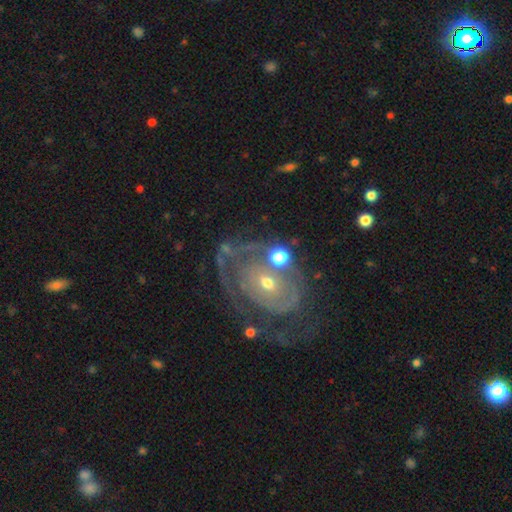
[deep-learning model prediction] smooth_or_featured: featured or disk (p=0.84) [alt: smooth p=0.09]
disk_edge_on: no (p=0.97) [alt: yes p=0.03]
bar: no (p=0.75) [alt: weak p=0.18]
has_spiral_arms: yes (p=0.85) [alt: no p=0.15]
spiral_winding: tight (p=0.67) [alt: medium p=0.24]
spiral_arm_count: 2 (p=0.38) [alt: can't tell p=0.31]
bulge_size: small (p=0.64) [alt: moderate p=0.32]
merging: none (p=0.57) [alt: minor disturbance p=0.20]